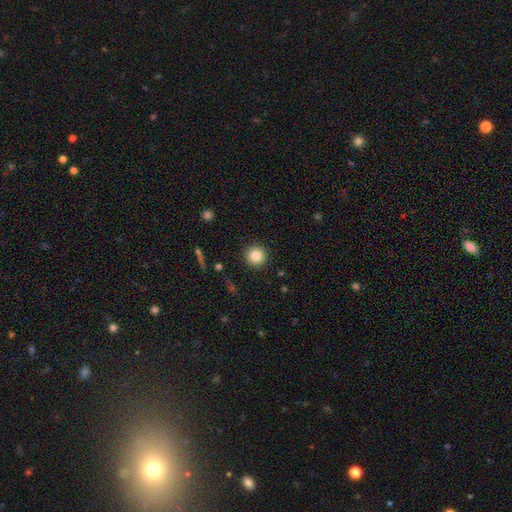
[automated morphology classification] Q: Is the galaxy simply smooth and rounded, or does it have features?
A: smooth — 84%.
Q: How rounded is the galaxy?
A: round — 95%.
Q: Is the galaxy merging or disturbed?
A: none — 91%.